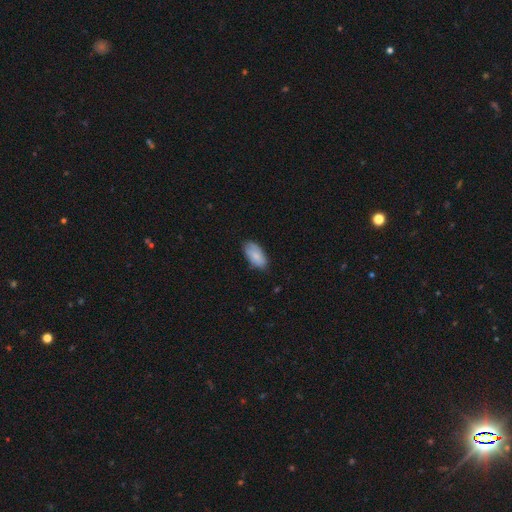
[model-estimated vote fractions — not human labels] Overall: smooth (83%). How rounded: in between (93%). Merging: none (80%).